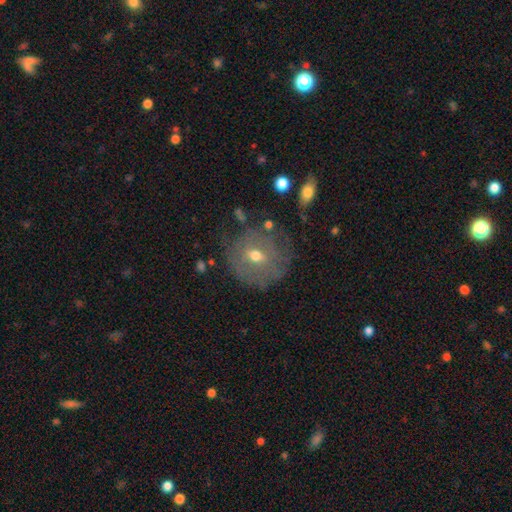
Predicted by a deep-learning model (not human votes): A featured or disk galaxy (51%). Merging: none (63%).